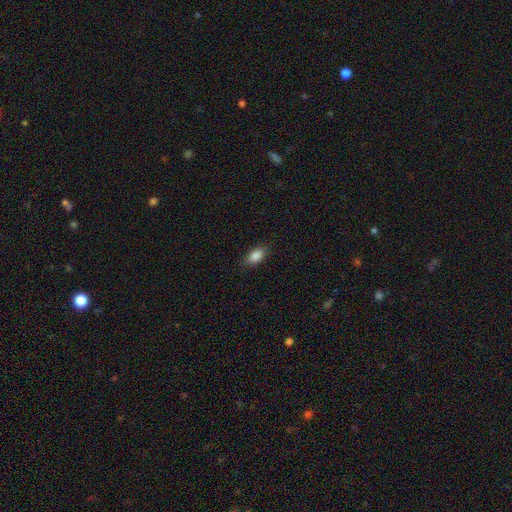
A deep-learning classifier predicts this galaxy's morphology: A smooth galaxy with no disk features (87%) that is in between round and cigar-shaped (90%).

Vote fractions:
- Smooth or featured? smooth: 87% / star or artifact: 8% / featured or disk: 5%
- How rounded? in between: 90% / round: 5% / cigar-shaped: 5%
- Merging? none: 85% / minor disturbance: 12% / major disturbance: 3% / merger: 1%